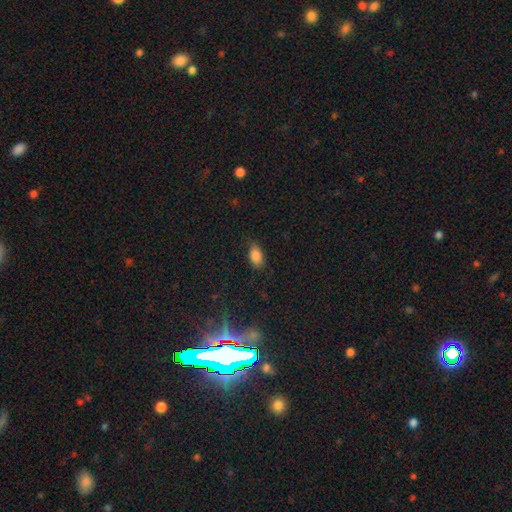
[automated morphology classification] Q: Smooth or featured?
A: smooth (84%); runner-up: star or artifact (10%)
Q: How rounded?
A: in between (90%); runner-up: round (7%)
Q: Merging?
A: none (79%); runner-up: minor disturbance (16%)